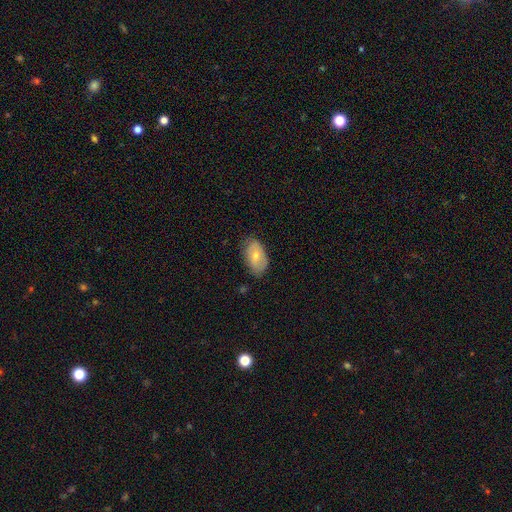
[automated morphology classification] Smooth or featured: smooth — 66% (featured or disk — 28%)
How rounded: in between — 92% (round — 6%)
Merging: none — 72% (minor disturbance — 22%)